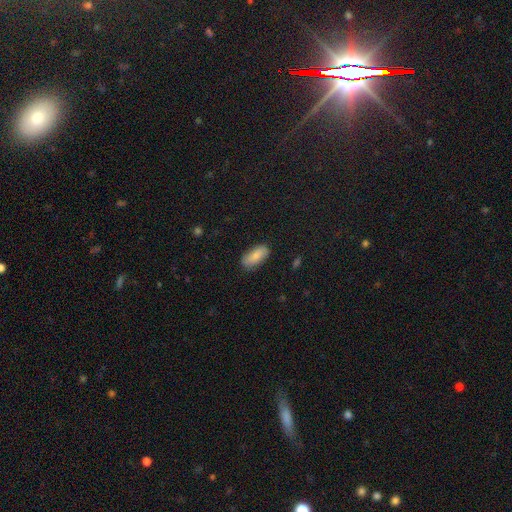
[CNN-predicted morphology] smooth_or_featured: smooth (p=0.83) [alt: featured or disk p=0.10]
how_rounded: in between (p=0.89) [alt: cigar-shaped p=0.08]
merging: none (p=0.81) [alt: minor disturbance p=0.15]